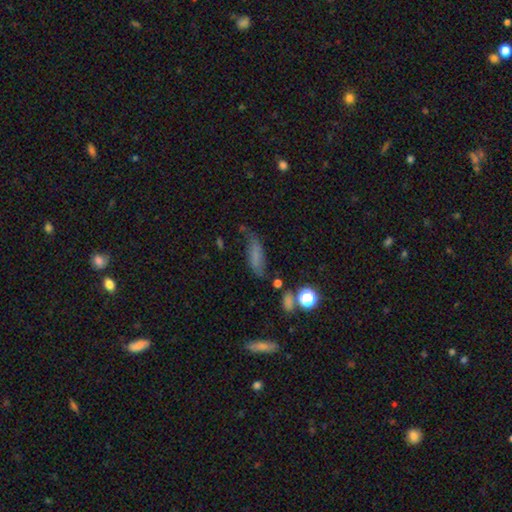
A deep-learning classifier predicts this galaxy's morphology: Smooth or featured: smooth — 62% (featured or disk — 24%)
How rounded: in between — 55% (cigar-shaped — 40%)
Merging: none — 59% (minor disturbance — 25%)